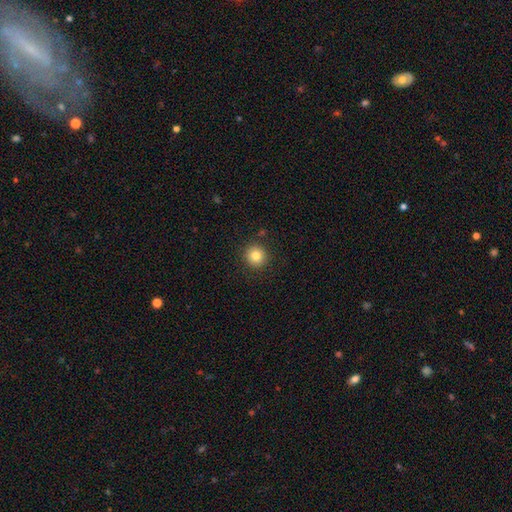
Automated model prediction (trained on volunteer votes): Smooth or featured? Predicted: smooth (p=0.82). How rounded? Predicted: round (p=0.93). Merging? Predicted: none (p=0.90).